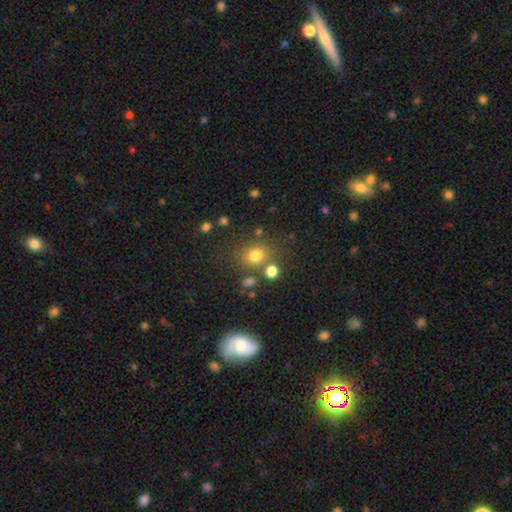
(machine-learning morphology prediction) smooth-or-featured: smooth: 75% | star or artifact: 17% | featured or disk: 9%
  how-rounded: round: 68% | in between: 31% | cigar-shaped: 1%
  merging: none: 70% | minor disturbance: 12% | merger: 12% | major disturbance: 6%